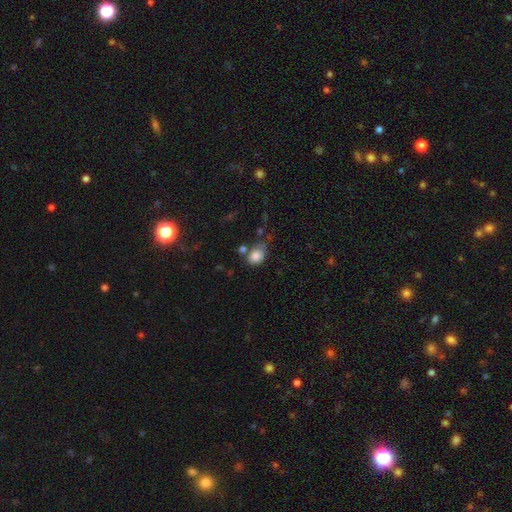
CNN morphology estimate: Overall: smooth (84%). How rounded: in between (59%; round 40%). Merging: none (55%; minor disturbance 24%).